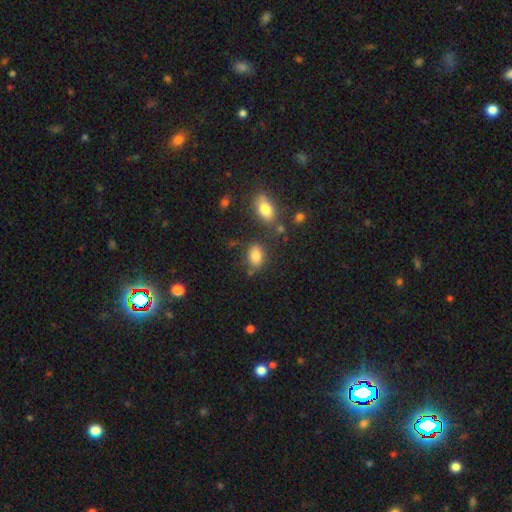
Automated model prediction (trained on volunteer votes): Q: Smooth or featured?
A: smooth (83%); runner-up: star or artifact (10%)
Q: How rounded?
A: in between (86%); runner-up: round (12%)
Q: Merging?
A: none (67%); runner-up: minor disturbance (19%)